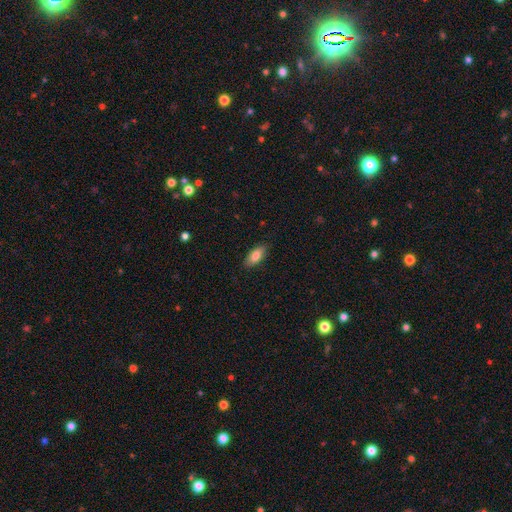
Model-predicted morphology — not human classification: The model was most divided on "how rounded": in between: 83%, cigar-shaped: 15%, round: 2%. More confident: merging — none (86%); smooth or featured — smooth (82%).